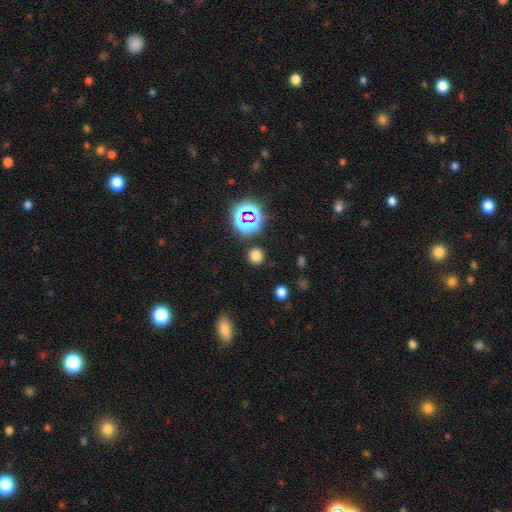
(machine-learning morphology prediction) This is likely a smooth galaxy (72%). How rounded: clearly round (92%). Merging: clearly none (88%).